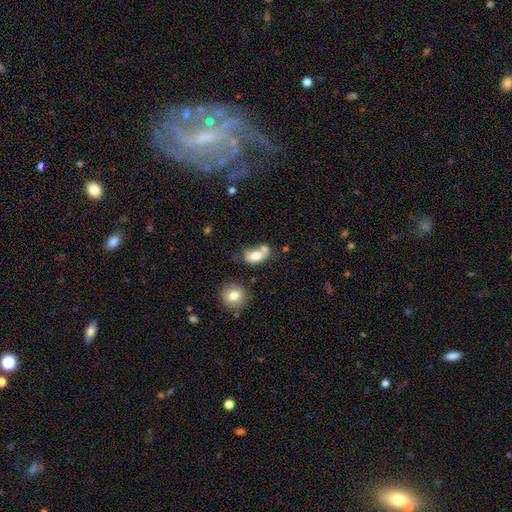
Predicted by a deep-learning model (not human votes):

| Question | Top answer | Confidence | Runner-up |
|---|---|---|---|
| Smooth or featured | smooth | 73% | featured or disk (19%) |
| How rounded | in between | 86% | round (11%) |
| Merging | merger | 40% | none (34%) |